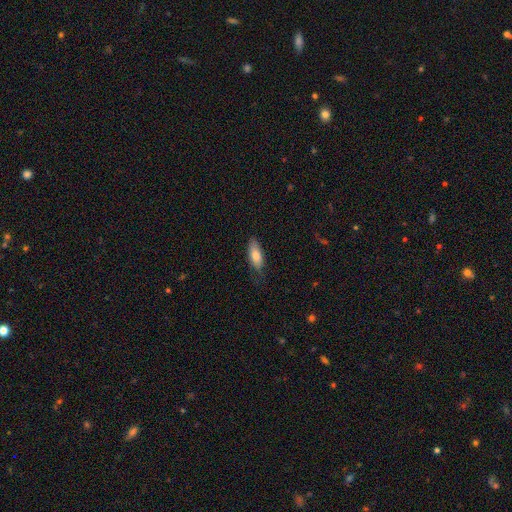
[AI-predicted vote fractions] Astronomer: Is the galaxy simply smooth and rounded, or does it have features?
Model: smooth — 78%.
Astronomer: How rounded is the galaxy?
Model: in between — 73%.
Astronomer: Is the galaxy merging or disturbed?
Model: none — 70%.